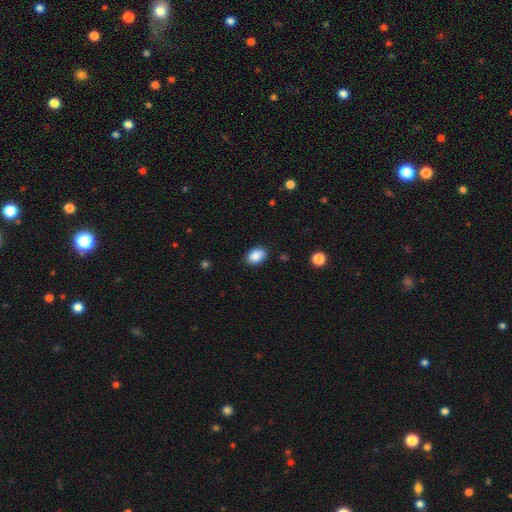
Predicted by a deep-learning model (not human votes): A smooth galaxy with no disk features (86%) that is in between round and cigar-shaped (76%).

Vote fractions:
- Smooth or featured? smooth: 86% / star or artifact: 8% / featured or disk: 5%
- How rounded? in between: 76% / round: 23% / cigar-shaped: 1%
- Merging? none: 78% / minor disturbance: 18% / major disturbance: 3% / merger: 2%